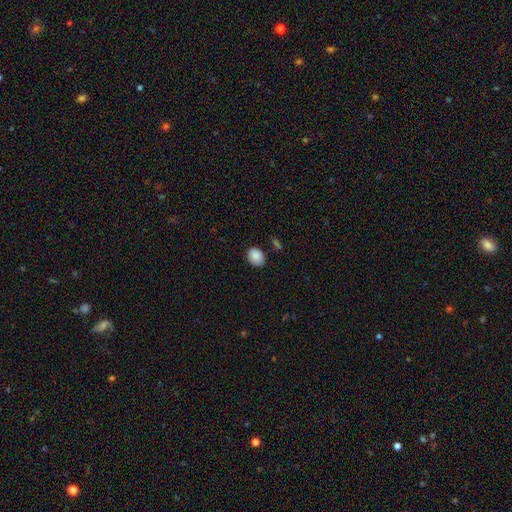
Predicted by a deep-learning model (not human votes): Smooth or featured: smooth — 88% (star or artifact — 8%)
How rounded: in between — 65% (round — 34%)
Merging: none — 82% (minor disturbance — 12%)